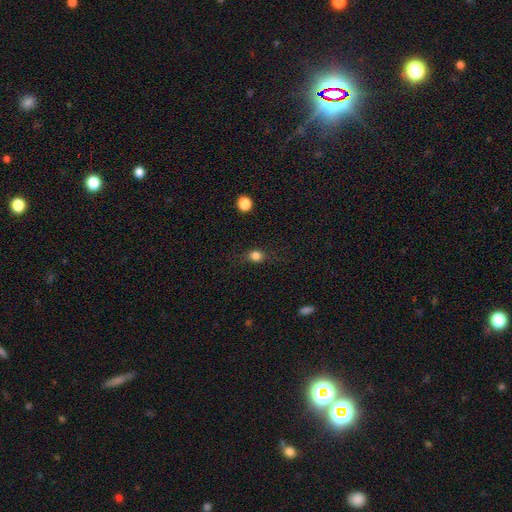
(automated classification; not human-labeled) A smooth galaxy with no disk features (81%) that is round (63%). Merging: none (75%).